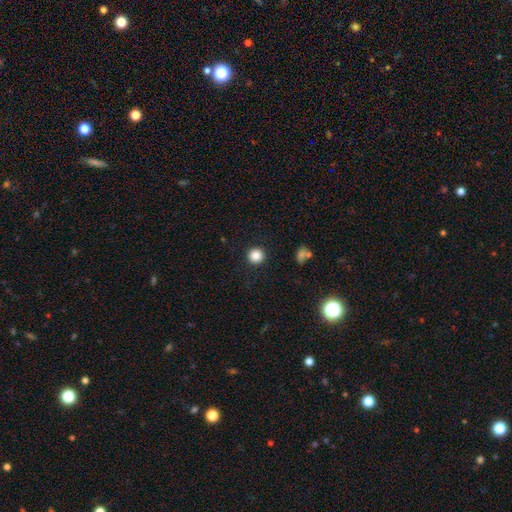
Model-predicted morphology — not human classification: Q: Smooth or featured?
A: smooth (86%); runner-up: star or artifact (11%)
Q: How rounded?
A: round (95%); runner-up: in between (4%)
Q: Merging?
A: none (93%); runner-up: minor disturbance (4%)